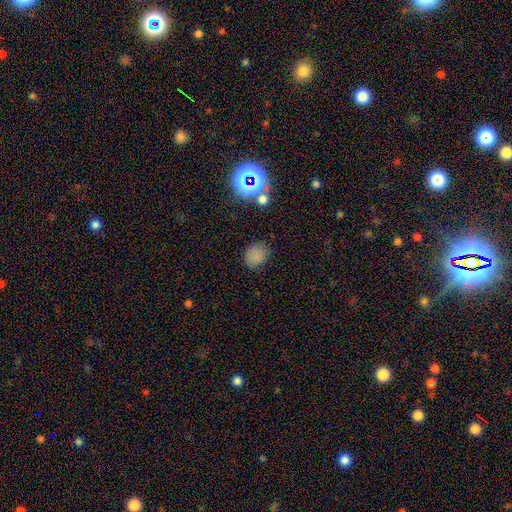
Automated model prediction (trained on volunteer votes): This appears to be a smooth galaxy with no disk features (78%) that is round (60%). Merging: none (79%).